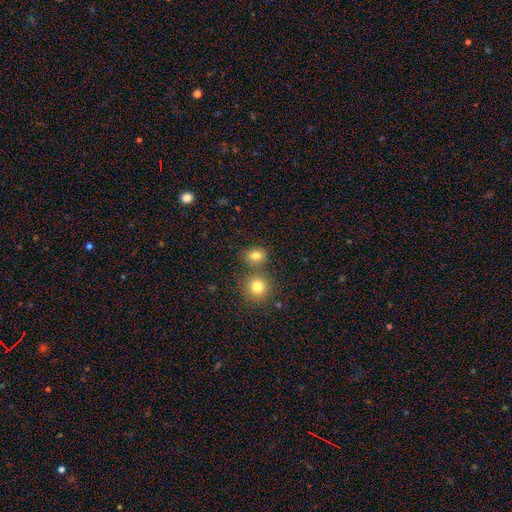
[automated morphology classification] smooth 79%, star or artifact 13%, featured or disk 7%. Down the decision tree: how rounded — round (56%); merging — none (69%).